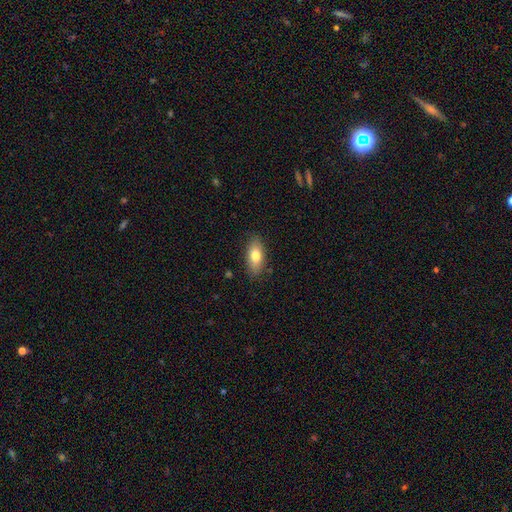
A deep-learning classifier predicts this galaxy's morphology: A smooth galaxy with no disk features (77%) that is in between round and cigar-shaped (85%).

Vote fractions:
- Smooth or featured? smooth: 77% / featured or disk: 16% / star or artifact: 7%
- How rounded? in between: 85% / cigar-shaped: 11% / round: 4%
- Merging? none: 85% / minor disturbance: 12% / major disturbance: 2% / merger: 1%